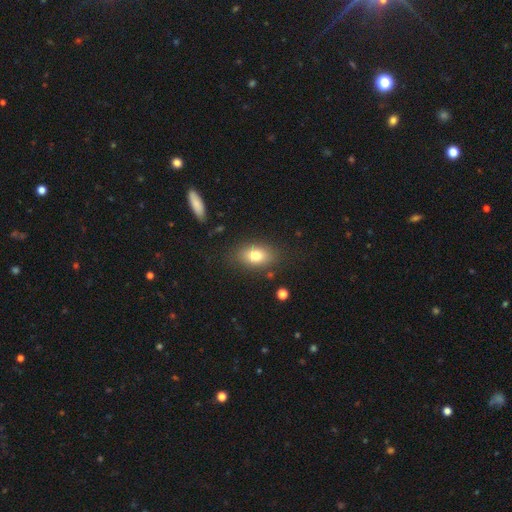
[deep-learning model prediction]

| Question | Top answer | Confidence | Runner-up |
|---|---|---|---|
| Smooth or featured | smooth | 78% | featured or disk (13%) |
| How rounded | in between | 83% | round (15%) |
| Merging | none | 81% | minor disturbance (12%) |